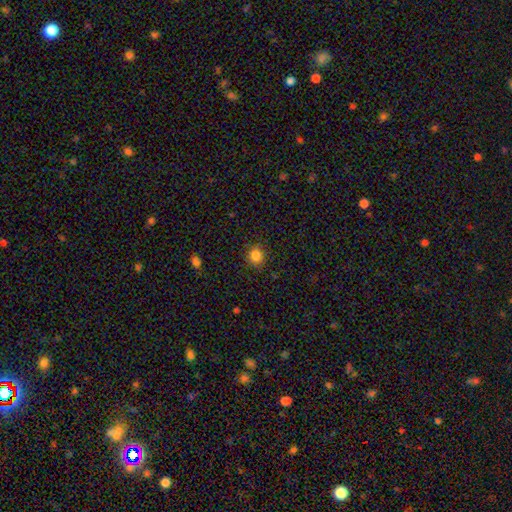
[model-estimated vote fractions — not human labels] Overall: smooth (84%). How rounded: round (85%). Merging: none (86%).